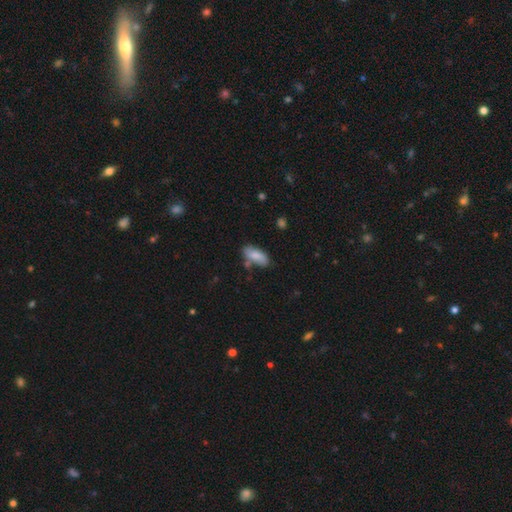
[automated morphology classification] A smooth galaxy with no disk features (79%) that is in between round and cigar-shaped (84%). Merging: none (65%).